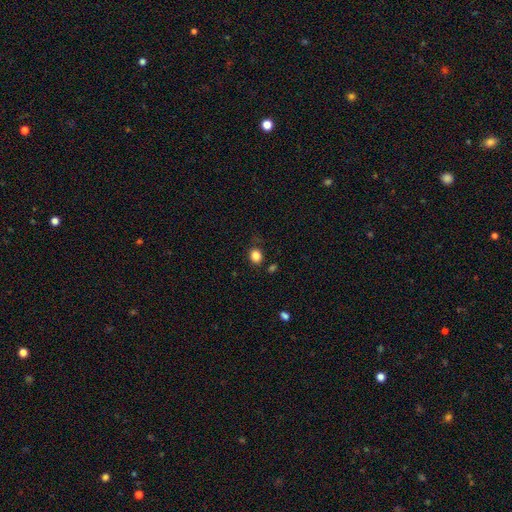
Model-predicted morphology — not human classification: Smooth or featured: smooth — 84% (star or artifact — 11%)
How rounded: round — 56% (in between — 44%)
Merging: none — 77% (minor disturbance — 15%)